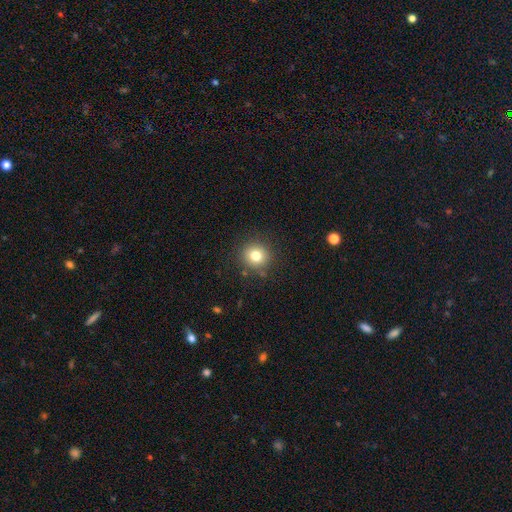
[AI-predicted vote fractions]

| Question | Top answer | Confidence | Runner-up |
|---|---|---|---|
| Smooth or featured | smooth | 79% | star or artifact (13%) |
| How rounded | round | 91% | in between (8%) |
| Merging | none | 87% | minor disturbance (8%) |